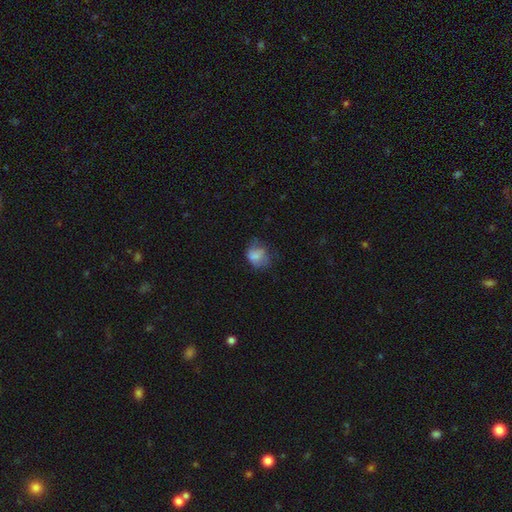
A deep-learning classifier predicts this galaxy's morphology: smooth_or_featured: smooth (p=0.72) [alt: featured or disk p=0.17]
how_rounded: in between (p=0.50) [alt: round p=0.49]
merging: none (p=0.46) [alt: minor disturbance p=0.30]